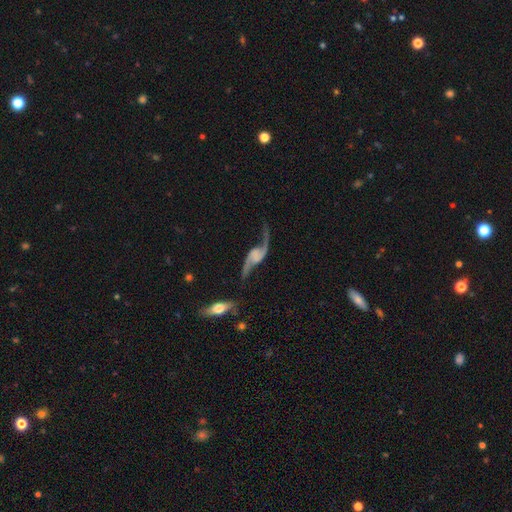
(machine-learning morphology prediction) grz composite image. It shows a featured or disk galaxy (88%) with no bar (56%), 2 (93%) loose (91%) spiral arms (96%) and no central bulge (63%). Merging: none (63%).